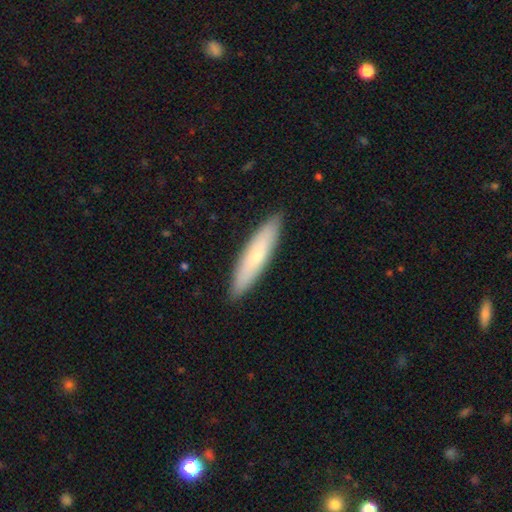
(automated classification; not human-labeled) smooth-or-featured: smooth: 65% | featured or disk: 30% | star or artifact: 6%
  how-rounded: cigar-shaped: 77% | in between: 22% | round: 1%
  merging: none: 89% | minor disturbance: 8% | major disturbance: 2% | merger: 1%